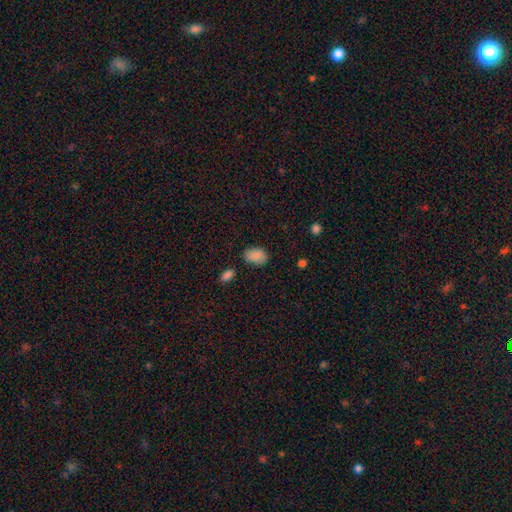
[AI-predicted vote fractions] This is clearly a smooth galaxy (87%). How rounded: clearly in between (86%). Merging: likely none (77%).